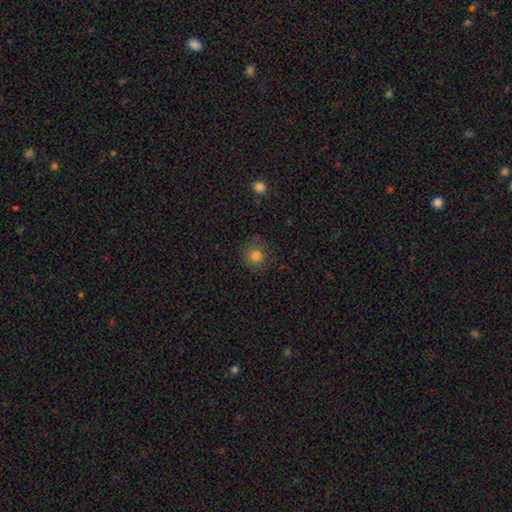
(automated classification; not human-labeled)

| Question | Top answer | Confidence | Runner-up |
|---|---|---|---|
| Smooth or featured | smooth | 82% | star or artifact (13%) |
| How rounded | round | 92% | in between (7%) |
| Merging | none | 82% | minor disturbance (12%) |